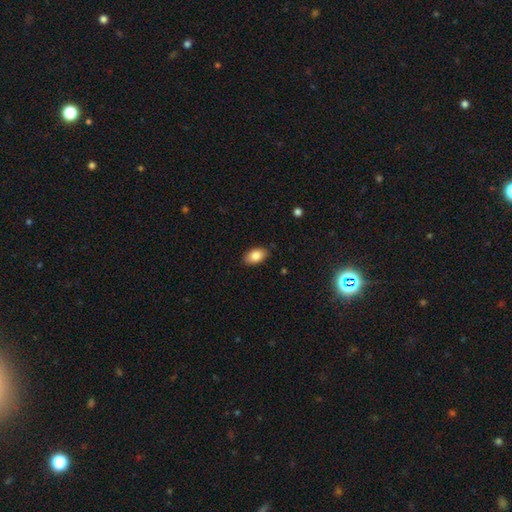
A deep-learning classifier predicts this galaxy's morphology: This is clearly a smooth galaxy (85%). How rounded: clearly in between (92%). Merging: clearly none (86%).